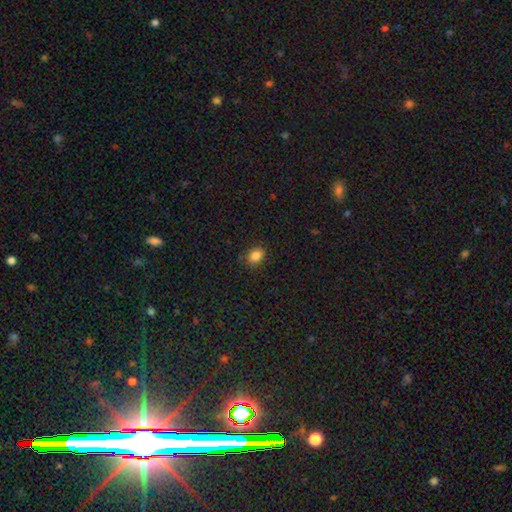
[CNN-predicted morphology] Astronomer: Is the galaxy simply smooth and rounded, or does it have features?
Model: smooth — 86%.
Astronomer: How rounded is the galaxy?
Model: in between — 69%.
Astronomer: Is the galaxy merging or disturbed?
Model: none — 85%.